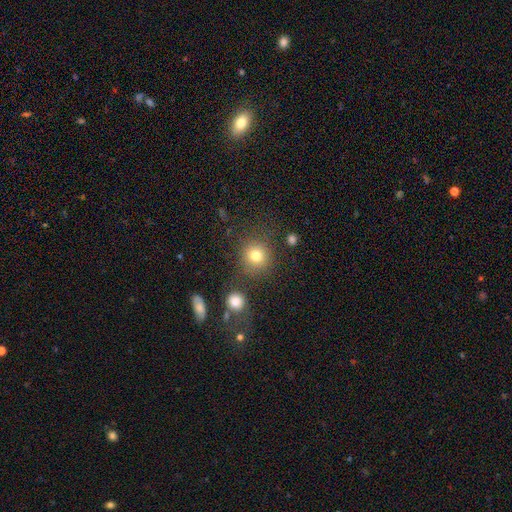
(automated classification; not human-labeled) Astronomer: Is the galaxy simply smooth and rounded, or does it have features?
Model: smooth — 78%.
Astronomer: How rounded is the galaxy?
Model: round — 90%.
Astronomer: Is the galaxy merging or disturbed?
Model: none — 78%.